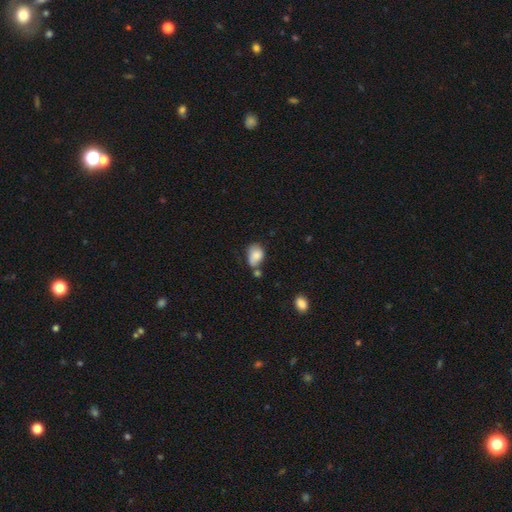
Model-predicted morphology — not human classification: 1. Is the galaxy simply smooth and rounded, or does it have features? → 80% smooth, 11% featured or disk, 8% star or artifact.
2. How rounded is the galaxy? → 76% in between, 23% round, 1% cigar-shaped.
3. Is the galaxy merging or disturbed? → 39% none, 28% minor disturbance, 23% merger, 10% major disturbance.